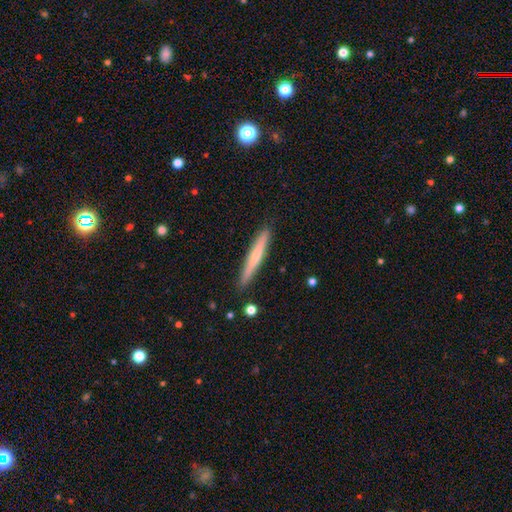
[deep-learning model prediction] Q: Smooth or featured?
A: smooth (58%); runner-up: featured or disk (36%)
Q: How rounded?
A: cigar-shaped (96%); runner-up: in between (3%)
Q: Merging?
A: none (90%); runner-up: minor disturbance (7%)